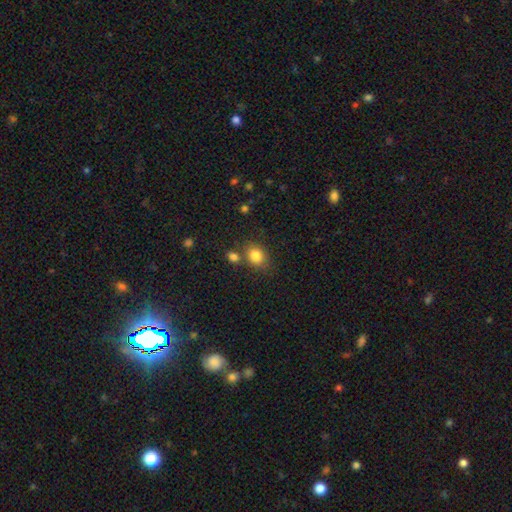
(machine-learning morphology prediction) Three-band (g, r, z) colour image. It shows a smooth galaxy with no disk features (83%) that is in between round and cigar-shaped (51%). Merging: none (66%).